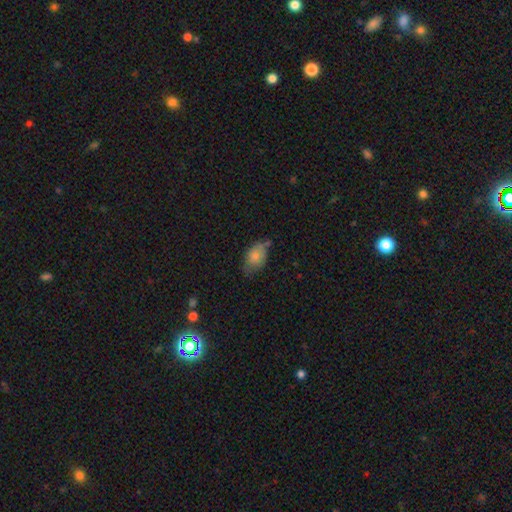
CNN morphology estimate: This is clearly a smooth galaxy (80%). How rounded: clearly in between (87%). Merging: possibly none (51%).